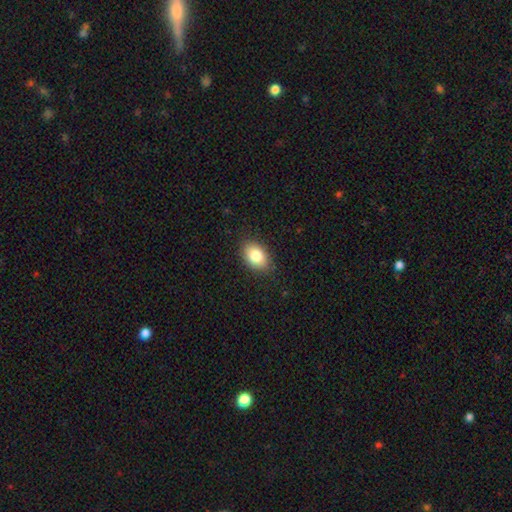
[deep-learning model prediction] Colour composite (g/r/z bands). It shows a smooth galaxy with no disk features (84%) that is in between round and cigar-shaped (84%). Merging: none (86%).